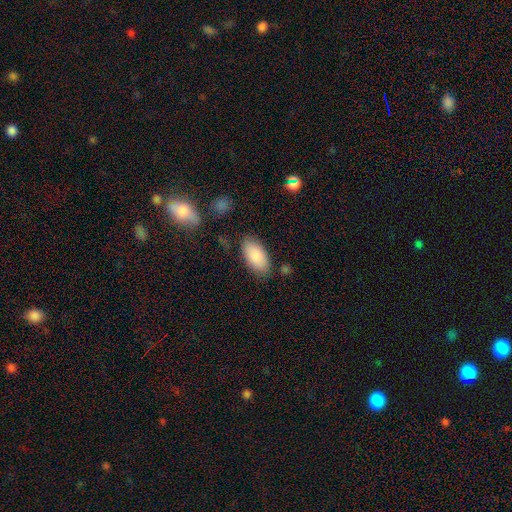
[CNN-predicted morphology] A smooth galaxy with no disk features (88%) that is in between round and cigar-shaped (94%). Merging: none (81%).